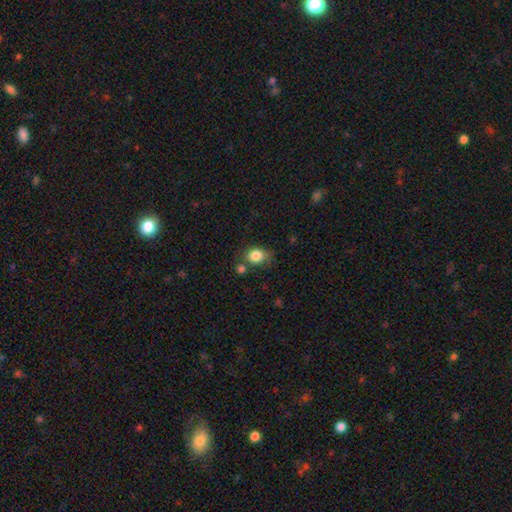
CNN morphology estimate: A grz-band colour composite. It shows a smooth galaxy with no disk features (84%) that is in between round and cigar-shaped (53%). Merging: none (61%).